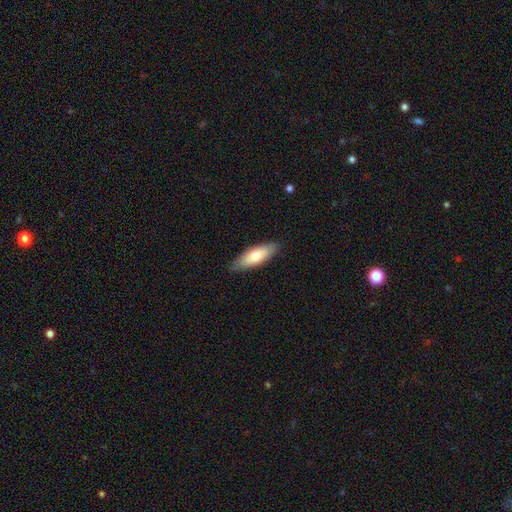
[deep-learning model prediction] Smooth or featured: smooth — 70% (featured or disk — 25%)
How rounded: in between — 62% (cigar-shaped — 36%)
Merging: none — 86% (minor disturbance — 11%)